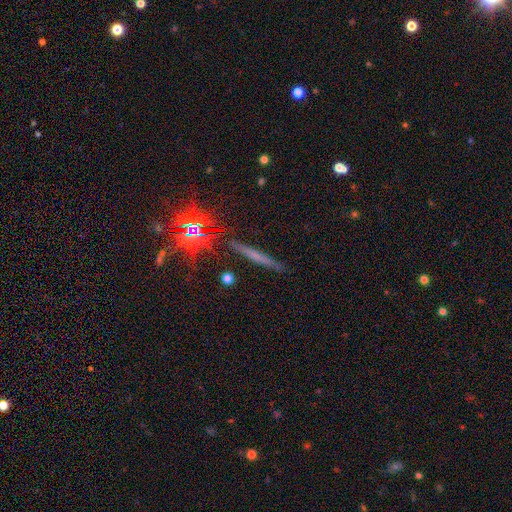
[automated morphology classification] type=smooth (40%); merging=none (86%).